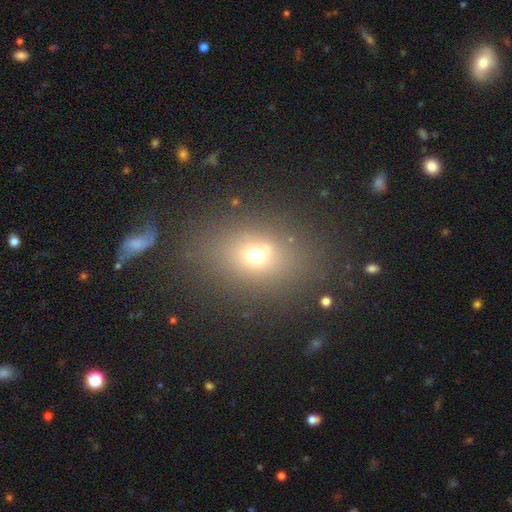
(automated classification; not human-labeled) smooth_or_featured: smooth (p=0.65) [alt: star or artifact p=0.20]
how_rounded: in between (p=0.59) [alt: round p=0.39]
merging: none (p=0.78) [alt: minor disturbance p=0.11]